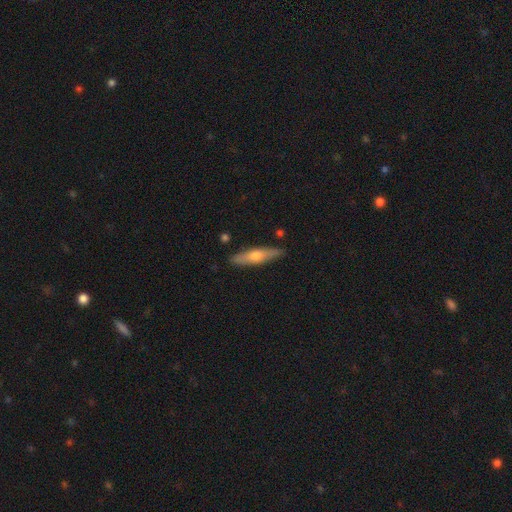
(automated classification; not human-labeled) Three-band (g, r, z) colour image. It shows a smooth galaxy with no disk features (47%, tied with featured or disk). Merging: none (88%).